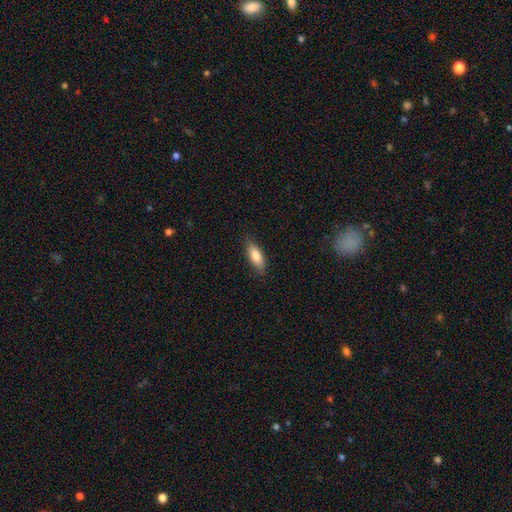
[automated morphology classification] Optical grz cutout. It shows a smooth galaxy with no disk features (81%) that is in between round and cigar-shaped (68%). Merging: none (85%).